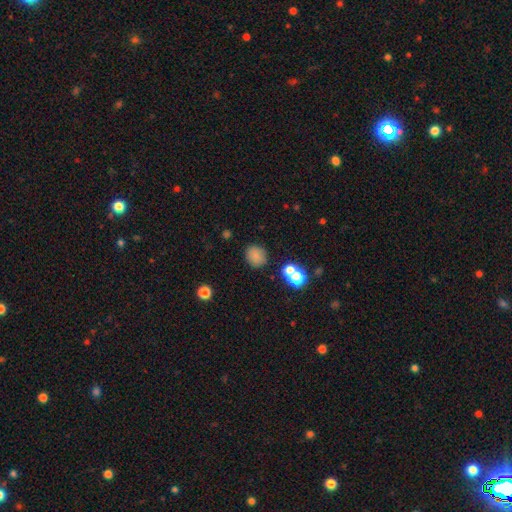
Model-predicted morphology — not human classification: Smooth or featured? smooth (80%)
How rounded? round (75%)
Merging? none (80%)